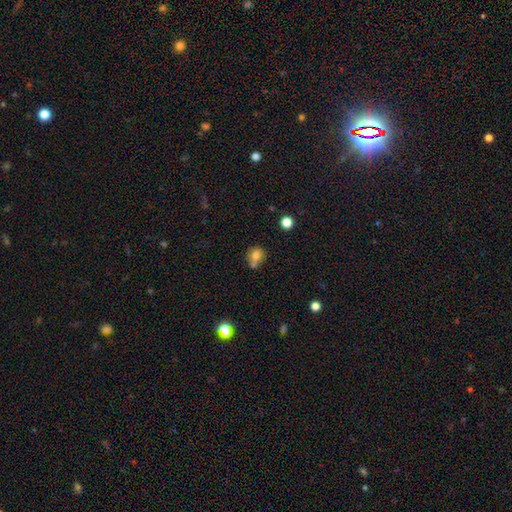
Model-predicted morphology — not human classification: smooth 76%, featured or disk 13%, star or artifact 12%. Down the decision tree: how rounded — round (76%); merging — none (48%).